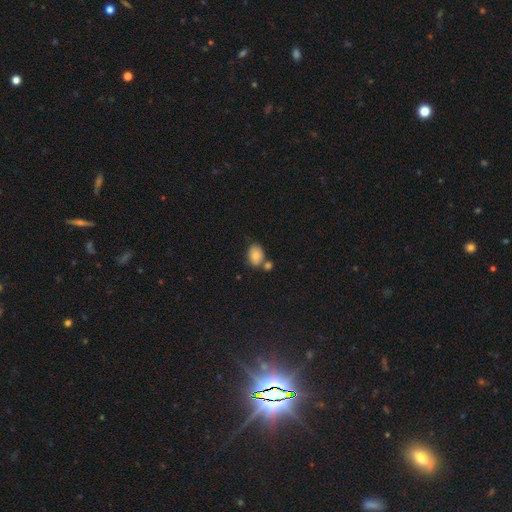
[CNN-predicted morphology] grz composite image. It shows a smooth galaxy with no disk features (82%) that is in between round and cigar-shaped (79%). Merging: none (55%).